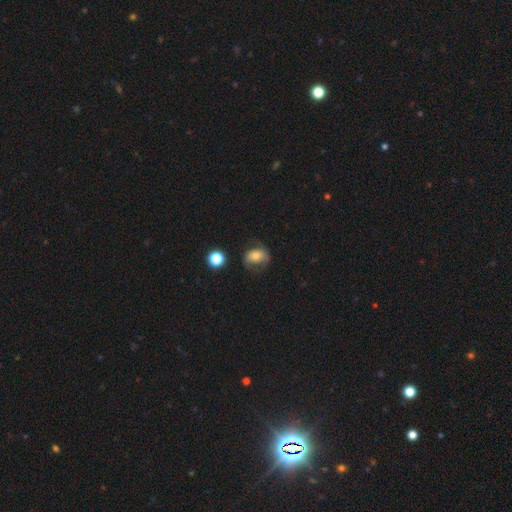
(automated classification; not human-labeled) Smooth or featured?
  - smooth: 64% *
  - featured or disk: 26%
  - star or artifact: 10%
How rounded?
  - in between: 67% *
  - round: 31%
  - cigar-shaped: 1%
Merging?
  - none: 52% *
  - minor disturbance: 28%
  - major disturbance: 17%
  - merger: 3%